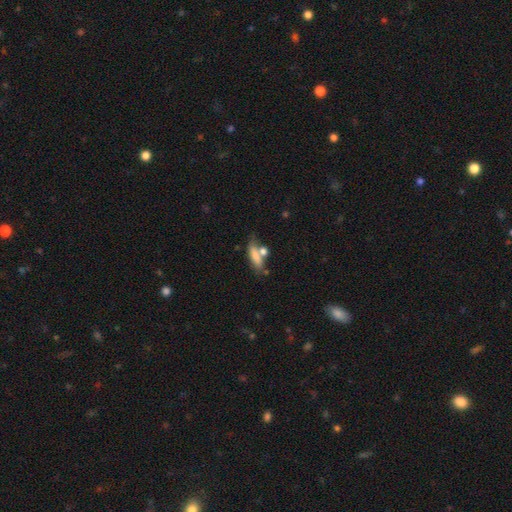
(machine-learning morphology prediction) Smooth or featured? Predicted: smooth (p=0.74). How rounded? Predicted: cigar-shaped (p=0.48). Merging? Predicted: none (p=0.49).